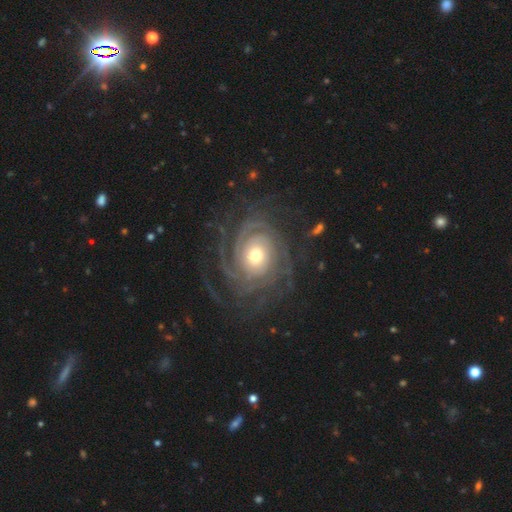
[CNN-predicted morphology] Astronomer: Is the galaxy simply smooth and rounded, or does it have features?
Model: featured or disk — 89%.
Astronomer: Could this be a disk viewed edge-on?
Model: no — 97%.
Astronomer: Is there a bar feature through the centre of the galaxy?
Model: no — 79%.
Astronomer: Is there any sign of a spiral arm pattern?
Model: yes — 97%.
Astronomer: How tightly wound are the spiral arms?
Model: tight — 74%.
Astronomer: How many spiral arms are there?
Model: can't tell — 24% (runner-up: more than 4, 21%).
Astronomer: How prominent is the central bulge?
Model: moderate — 57%.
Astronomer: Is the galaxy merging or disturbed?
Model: none — 72%.